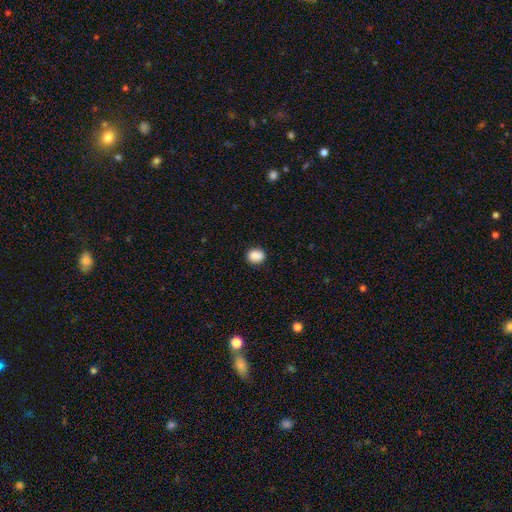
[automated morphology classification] This appears to be a smooth galaxy with no disk features (88%) that is round (58%). Merging: none (87%).